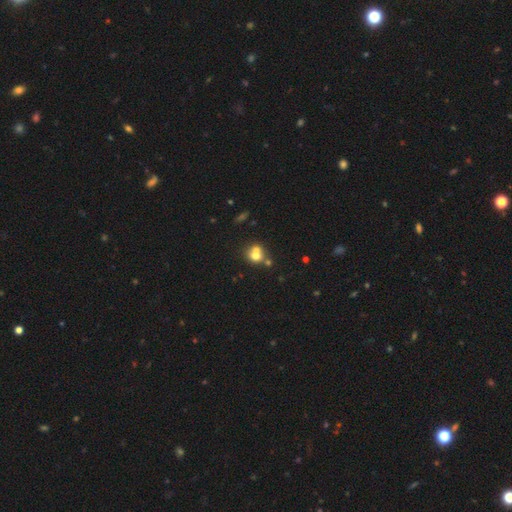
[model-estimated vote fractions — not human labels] This appears to be a smooth galaxy with no disk features (66%) that is round (80%). Merging: merger (51%).